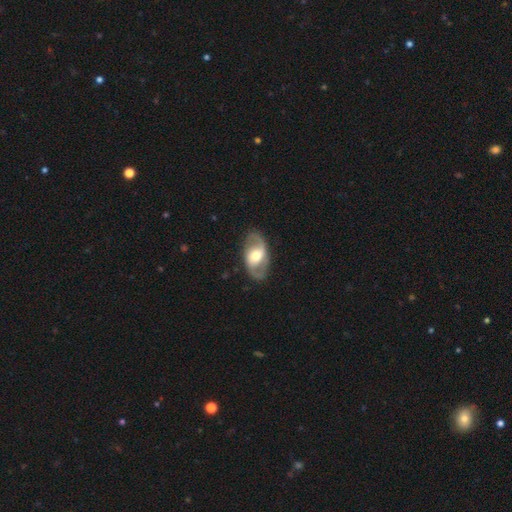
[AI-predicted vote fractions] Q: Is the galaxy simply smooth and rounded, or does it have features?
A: featured or disk — 78%.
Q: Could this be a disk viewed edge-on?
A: no — 95%.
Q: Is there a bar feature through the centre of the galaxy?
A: no — 41%.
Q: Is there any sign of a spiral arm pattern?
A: yes — 83%.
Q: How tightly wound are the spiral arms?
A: medium — 46%.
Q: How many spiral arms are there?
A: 2 — 90%.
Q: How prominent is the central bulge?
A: moderate — 66%.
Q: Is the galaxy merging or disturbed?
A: none — 82%.